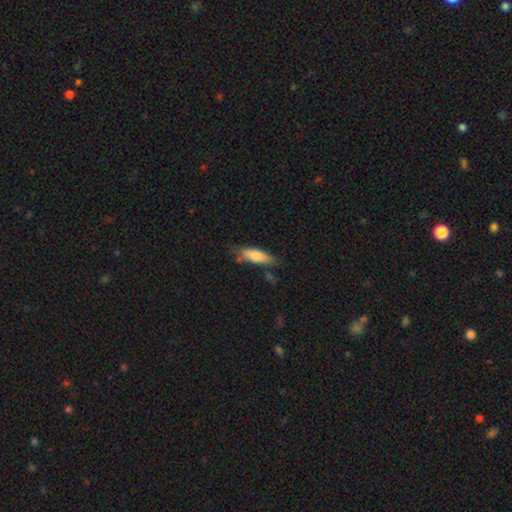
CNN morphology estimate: smooth-or-featured: smooth: 80% | featured or disk: 14% | star or artifact: 6%
  how-rounded: in between: 55% | cigar-shaped: 44% | round: 2%
  merging: none: 66% | minor disturbance: 23% | major disturbance: 6% | merger: 5%